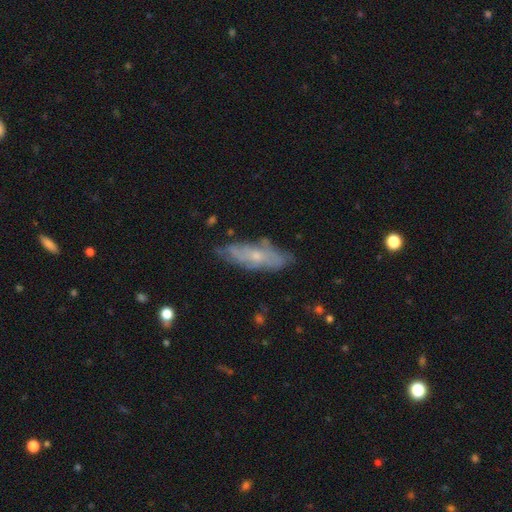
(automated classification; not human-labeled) A featured or disk galaxy (57%). Merging: none (67%).